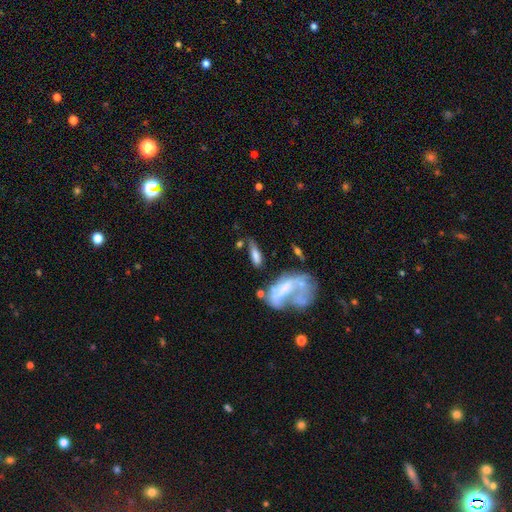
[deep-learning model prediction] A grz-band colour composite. It shows a smooth galaxy with no disk features (60%) that is in between round and cigar-shaped (52%). Merging: none (44%).